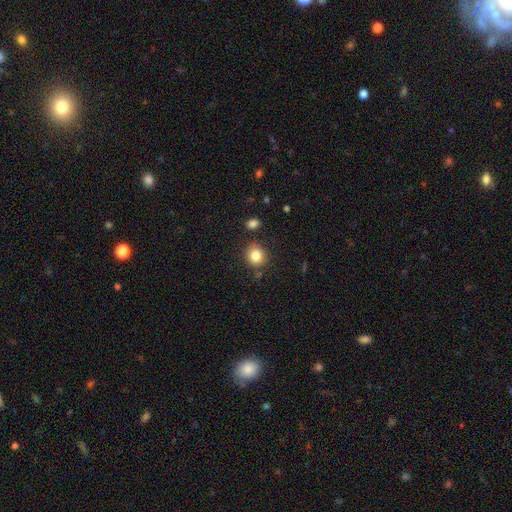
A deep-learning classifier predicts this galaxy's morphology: smooth_or_featured: smooth (p=0.84) [alt: star or artifact p=0.10]
how_rounded: round (p=0.80) [alt: in between p=0.19]
merging: none (p=0.83) [alt: minor disturbance p=0.09]